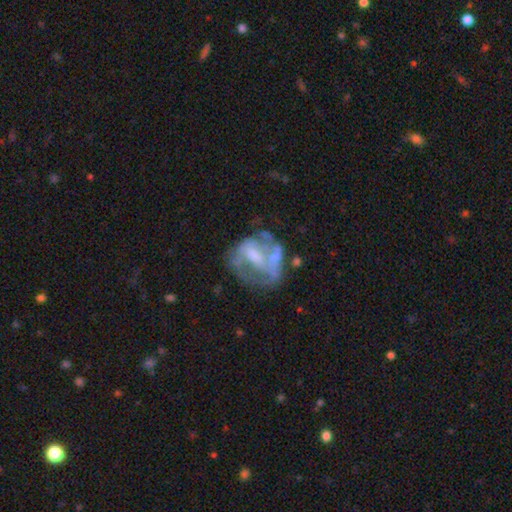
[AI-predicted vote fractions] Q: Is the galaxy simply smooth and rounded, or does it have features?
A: featured or disk — 67%.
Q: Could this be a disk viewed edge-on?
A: no — 97%.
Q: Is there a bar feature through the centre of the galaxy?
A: no — 52%.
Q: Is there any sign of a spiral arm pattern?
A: no — 63%.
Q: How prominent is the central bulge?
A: moderate — 37%.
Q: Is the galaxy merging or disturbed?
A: none — 39%.